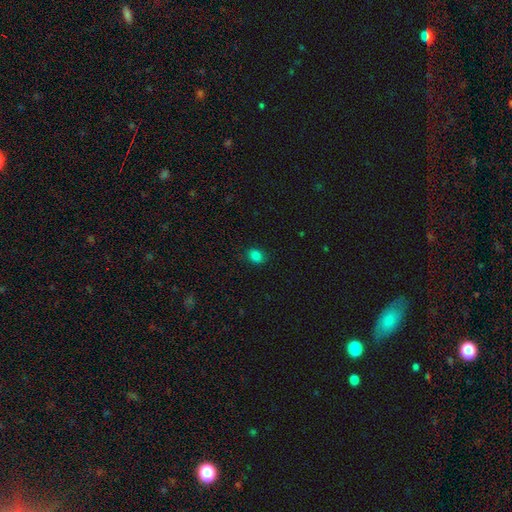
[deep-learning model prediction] This appears to be a smooth galaxy with no disk features (82%) that is in between round and cigar-shaped (57%). Merging: none (87%).